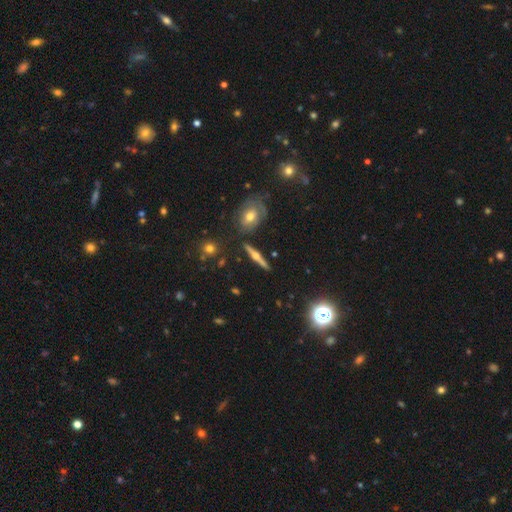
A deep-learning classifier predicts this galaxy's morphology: smooth_or_featured: featured or disk (p=0.74) [alt: smooth p=0.19]
disk_edge_on: yes (p=0.97) [alt: no p=0.03]
edge_on_bulge: rounded (p=0.94) [alt: boxy p=0.04]
merging: none (p=0.86) [alt: minor disturbance p=0.08]